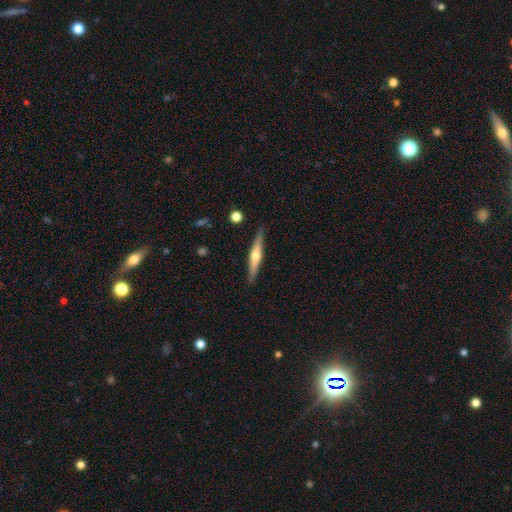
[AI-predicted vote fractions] A featured or disk galaxy (62%) viewed edge-on (97%) with a rounded central bulge (90%).

Vote fractions:
- Smooth or featured? featured or disk: 62% / smooth: 32% / star or artifact: 6%
- Edge-on disk? yes: 97% / no: 3%
- Edge-on bulge? rounded: 90% / none: 6% / boxy: 4%
- Merging? none: 89% / minor disturbance: 8% / major disturbance: 2% / merger: 1%